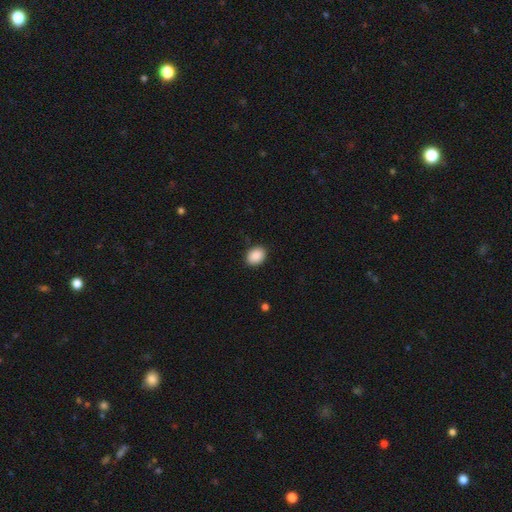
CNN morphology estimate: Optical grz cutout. It shows a smooth galaxy with no disk features (90%) that is in between round and cigar-shaped (59%). Merging: none (89%).